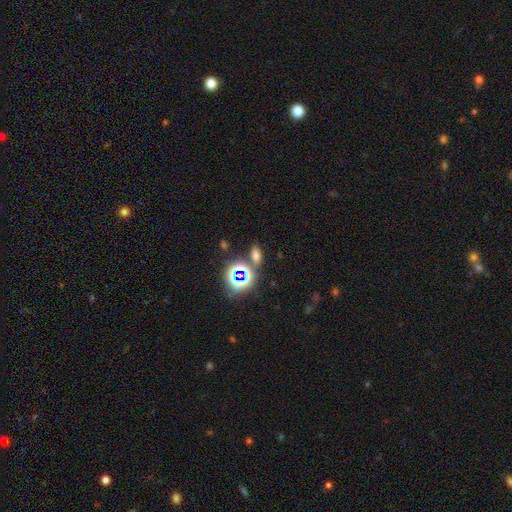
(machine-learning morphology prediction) Smooth or featured? smooth (58%)
How rounded? in between (79%)
Merging? none (76%)